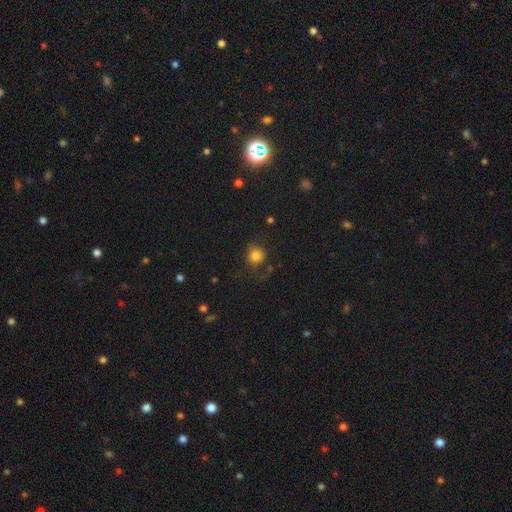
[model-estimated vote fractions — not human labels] Smooth or featured? smooth (78%)
How rounded? round (87%)
Merging? none (65%)